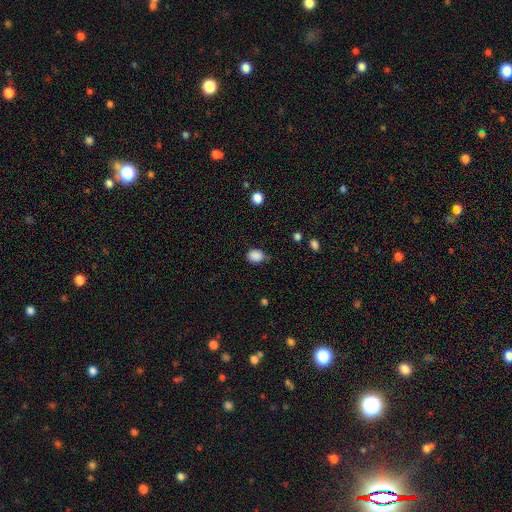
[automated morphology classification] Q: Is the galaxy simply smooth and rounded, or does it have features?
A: smooth — 87%.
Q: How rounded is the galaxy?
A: in between — 52%.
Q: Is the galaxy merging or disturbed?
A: none — 67%.